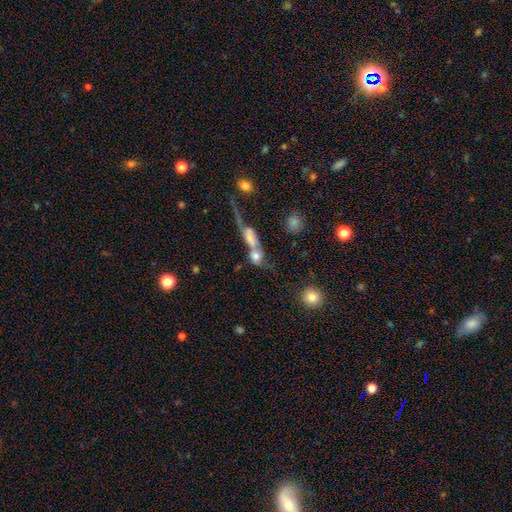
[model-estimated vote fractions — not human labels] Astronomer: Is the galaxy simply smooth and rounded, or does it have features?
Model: smooth — 40% (runner-up: featured or disk, 39%).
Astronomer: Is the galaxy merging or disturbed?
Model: merger — 43% (runner-up: none, 33%).